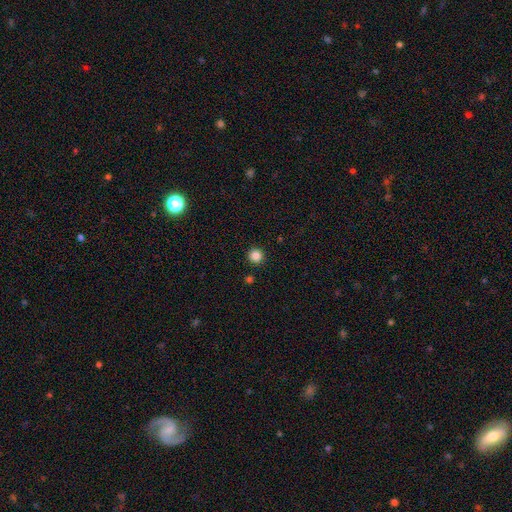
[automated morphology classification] A smooth galaxy with no disk features (85%) that is round (96%). Merging: none (92%).